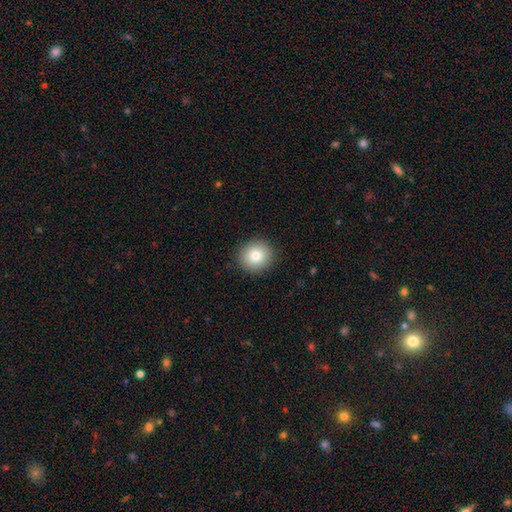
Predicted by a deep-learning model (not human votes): This appears to be a smooth galaxy with no disk features (82%) that is round (90%). Merging: none (91%).